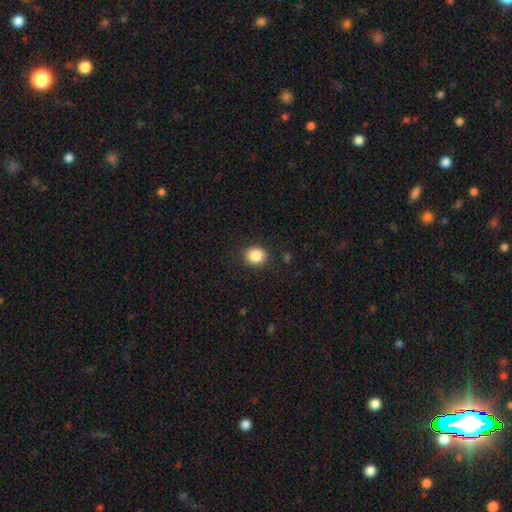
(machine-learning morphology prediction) smooth-or-featured: smooth: 87% | star or artifact: 9% | featured or disk: 4%
  how-rounded: round: 73% | in between: 27% | cigar-shaped: 1%
  merging: none: 89% | minor disturbance: 7% | major disturbance: 2% | merger: 1%